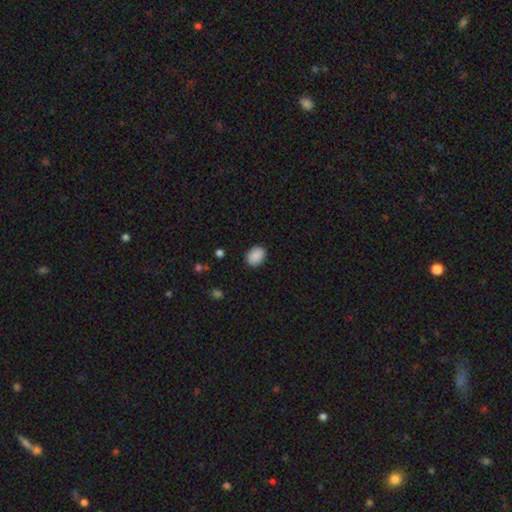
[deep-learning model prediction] Smooth or featured?
  - smooth: 90% *
  - star or artifact: 7%
  - featured or disk: 3%
How rounded?
  - in between: 63% *
  - round: 36%
  - cigar-shaped: 1%
Merging?
  - none: 88% *
  - minor disturbance: 8%
  - major disturbance: 2%
  - merger: 1%